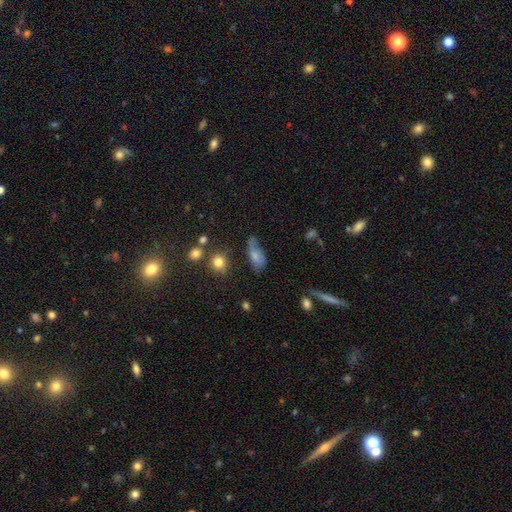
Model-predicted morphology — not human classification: Overall: smooth (65%). How rounded: in between (84%). Merging: none (36%; minor disturbance 34%).